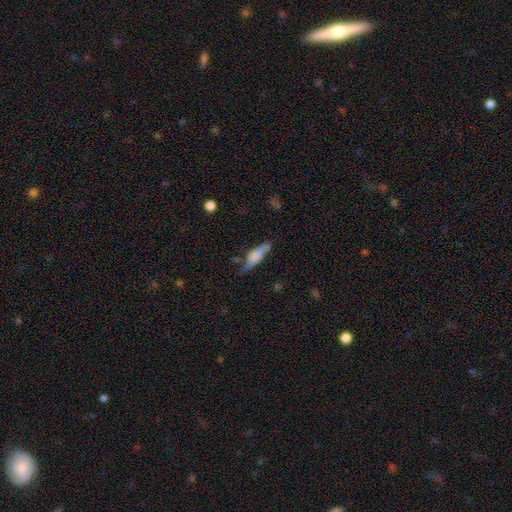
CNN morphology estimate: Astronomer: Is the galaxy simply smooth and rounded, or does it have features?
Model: smooth — 61%.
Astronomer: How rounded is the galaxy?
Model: cigar-shaped — 61% (runner-up: in between, 37%).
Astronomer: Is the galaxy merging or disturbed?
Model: none — 57%.